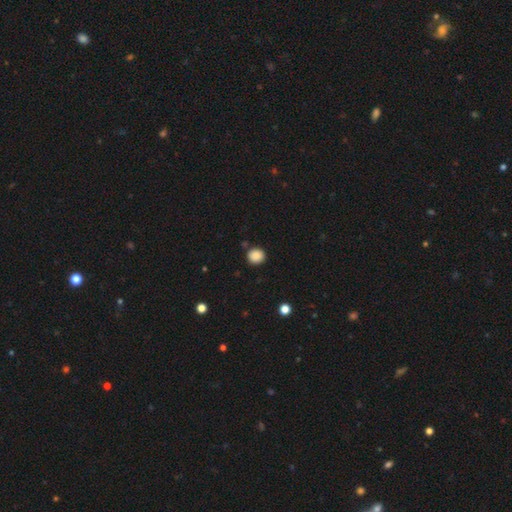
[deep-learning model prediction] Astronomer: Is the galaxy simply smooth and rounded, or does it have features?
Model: smooth — 87%.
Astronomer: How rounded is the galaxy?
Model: round — 84%.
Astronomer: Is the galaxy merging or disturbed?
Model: none — 87%.